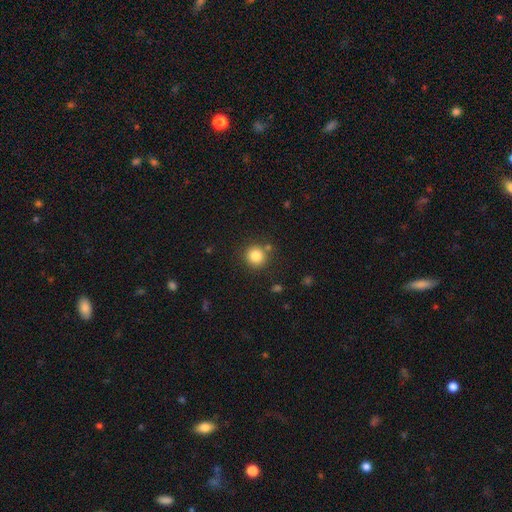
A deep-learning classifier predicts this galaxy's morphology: Q: Smooth or featured?
A: smooth (84%); runner-up: star or artifact (11%)
Q: How rounded?
A: round (94%); runner-up: in between (6%)
Q: Merging?
A: none (83%); runner-up: minor disturbance (8%)